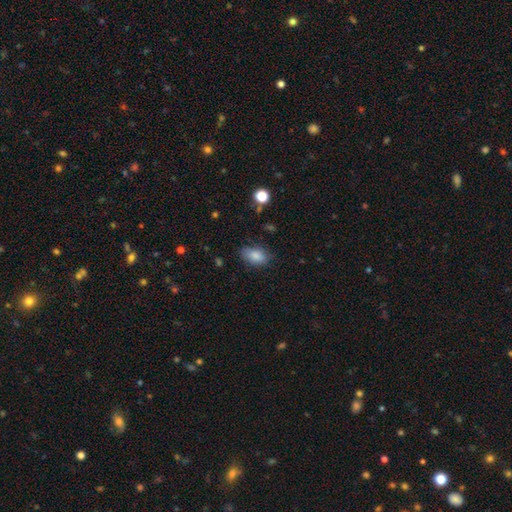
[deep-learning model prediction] Overall: smooth (85%). How rounded: in between (90%). Merging: none (75%).